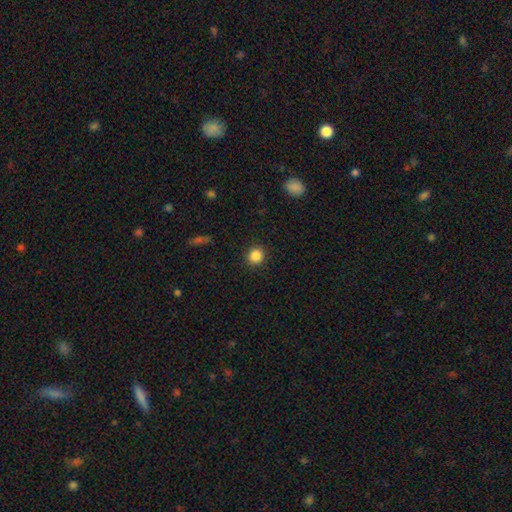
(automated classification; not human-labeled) smooth_or_featured: smooth (p=0.86) [alt: star or artifact p=0.10]
how_rounded: round (p=0.88) [alt: in between p=0.11]
merging: none (p=0.91) [alt: minor disturbance p=0.06]